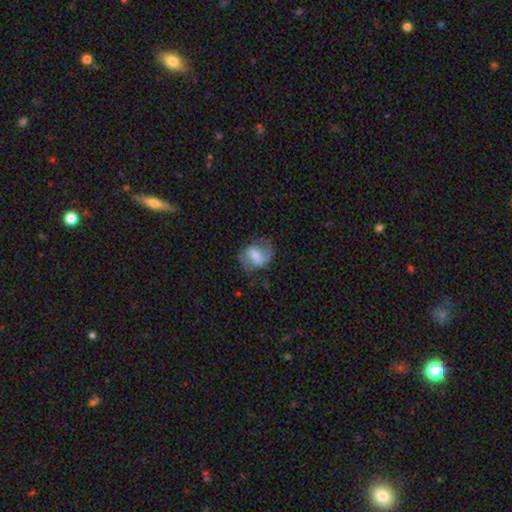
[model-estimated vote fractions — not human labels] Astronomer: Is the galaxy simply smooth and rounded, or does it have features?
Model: featured or disk — 55% (runner-up: smooth, 37%).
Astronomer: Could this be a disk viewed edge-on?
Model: no — 96%.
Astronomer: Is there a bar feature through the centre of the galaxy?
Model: weak — 44% (runner-up: strong, 38%).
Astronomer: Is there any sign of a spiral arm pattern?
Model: yes — 81%.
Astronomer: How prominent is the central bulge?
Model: moderate — 38% (runner-up: small, 26%).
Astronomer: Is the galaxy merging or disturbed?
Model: none — 63%.